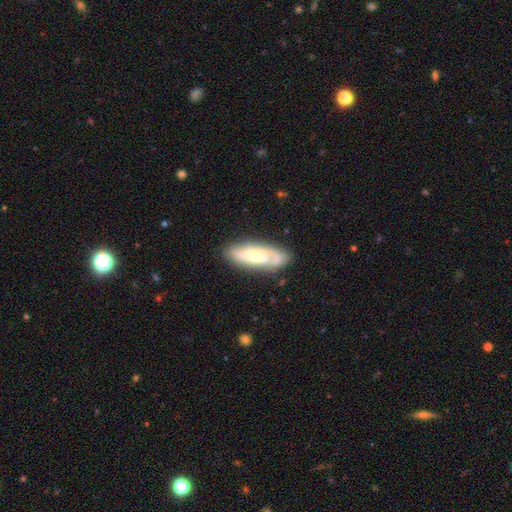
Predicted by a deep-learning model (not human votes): This appears to be a featured or disk galaxy (57%). Merging: none (74%).